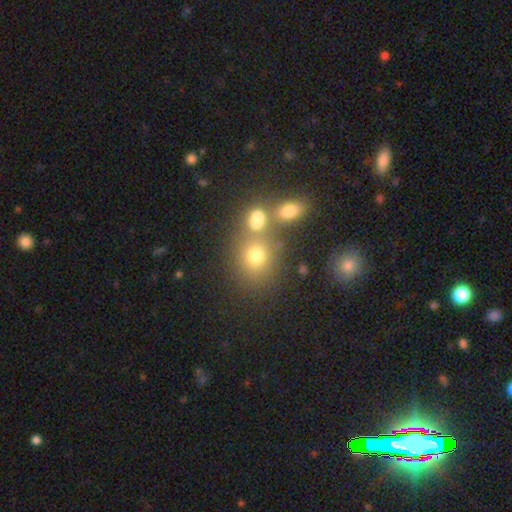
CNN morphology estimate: This appears to be a smooth galaxy with no disk features (70%) that is round (69%). Merging: none (56%).